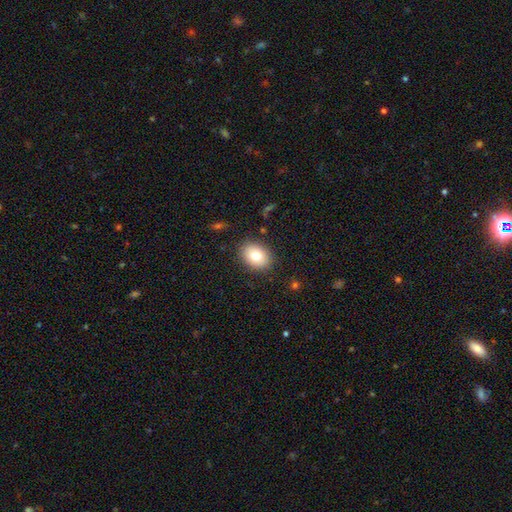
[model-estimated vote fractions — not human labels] A smooth galaxy with no disk features (78%) that is in between round and cigar-shaped (69%). Merging: none (88%).